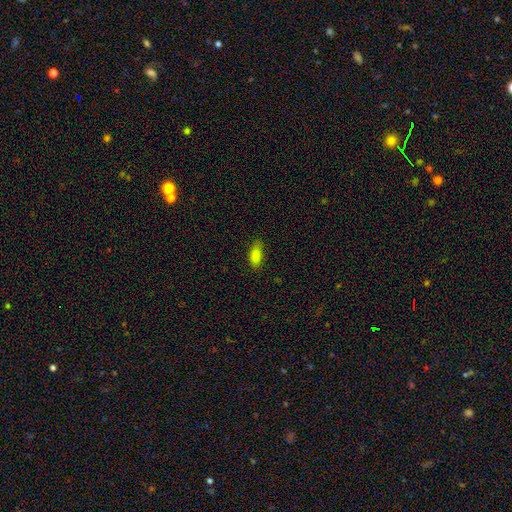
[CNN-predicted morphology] smooth 86%, star or artifact 9%, featured or disk 5%. Down the decision tree: how rounded — in between (84%); merging — none (81%).